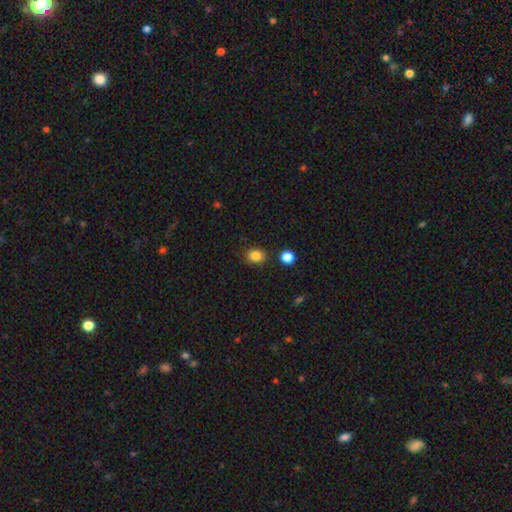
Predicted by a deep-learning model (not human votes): smooth-or-featured: smooth: 84% | star or artifact: 11% | featured or disk: 5%
  how-rounded: round: 63% | in between: 36% | cigar-shaped: 1%
  merging: none: 85% | minor disturbance: 9% | merger: 4% | major disturbance: 2%